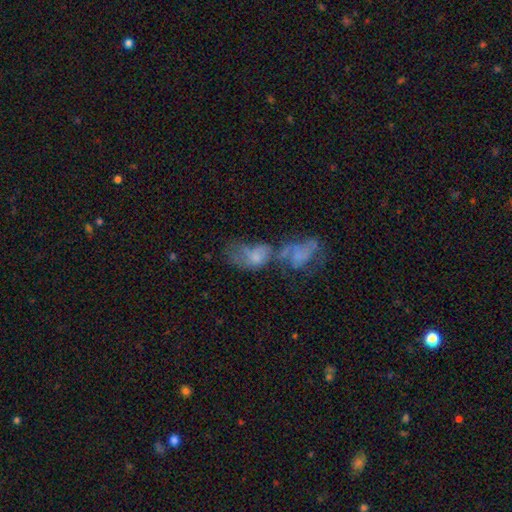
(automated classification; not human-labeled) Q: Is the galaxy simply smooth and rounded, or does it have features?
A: smooth — 50%.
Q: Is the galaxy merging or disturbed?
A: merger — 62%.